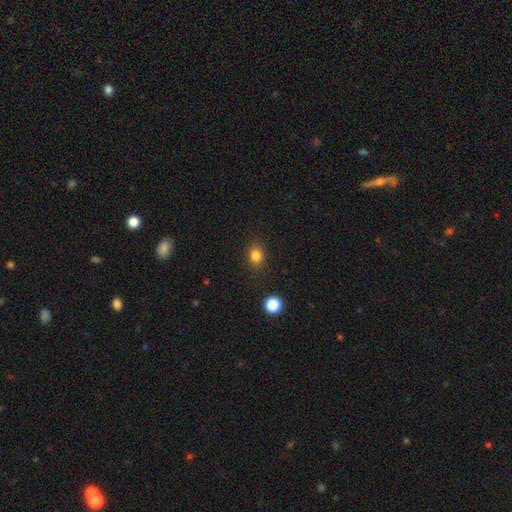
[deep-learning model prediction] smooth_or_featured: smooth (p=0.83) [alt: star or artifact p=0.12]
how_rounded: round (p=0.51) [alt: in between p=0.48]
merging: none (p=0.86) [alt: minor disturbance p=0.10]